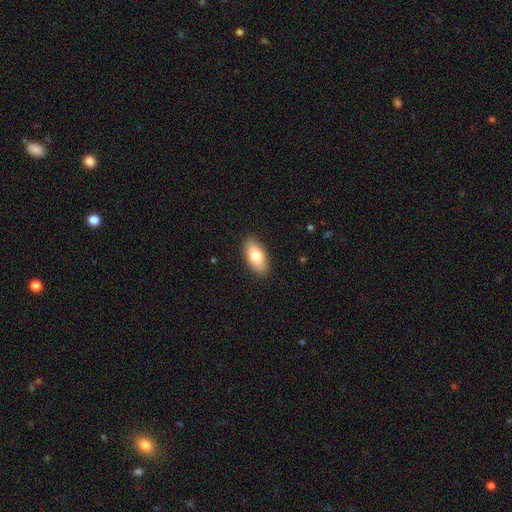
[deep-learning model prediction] The model was most divided on "smooth or featured": smooth: 77%, featured or disk: 16%, star or artifact: 7%. More confident: how rounded — in between (90%); merging — none (89%).